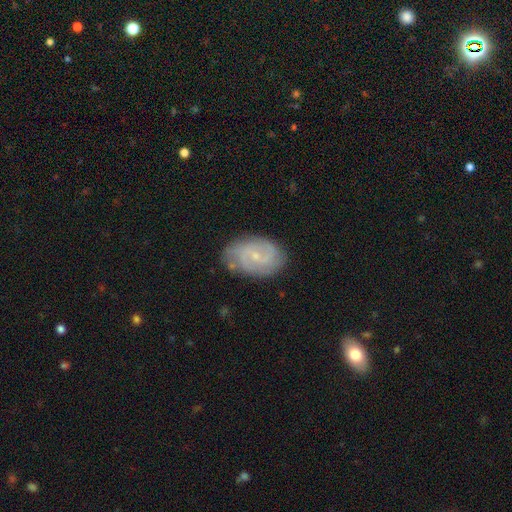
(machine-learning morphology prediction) Q: Smooth or featured?
A: featured or disk (73%); runner-up: smooth (20%)
Q: Edge-on disk?
A: no (97%); runner-up: yes (3%)
Q: Bar?
A: no (54%); runner-up: weak (40%)
Q: Spiral arms?
A: yes (91%); runner-up: no (9%)
Q: Spiral winding?
A: medium (42%); runner-up: tight (41%)
Q: Spiral arm count?
A: 2 (54%); runner-up: can't tell (24%)
Q: Bulge size?
A: small (79%); runner-up: moderate (15%)
Q: Merging?
A: none (77%); runner-up: minor disturbance (18%)